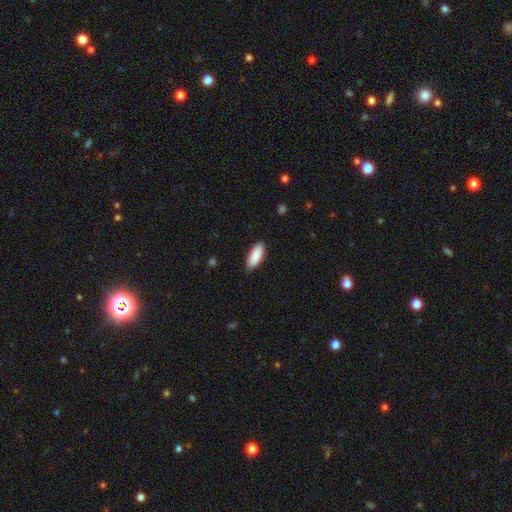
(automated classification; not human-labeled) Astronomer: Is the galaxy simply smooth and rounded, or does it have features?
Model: smooth — 90%.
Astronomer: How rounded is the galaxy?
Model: in between — 79%.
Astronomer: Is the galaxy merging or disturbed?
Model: none — 87%.